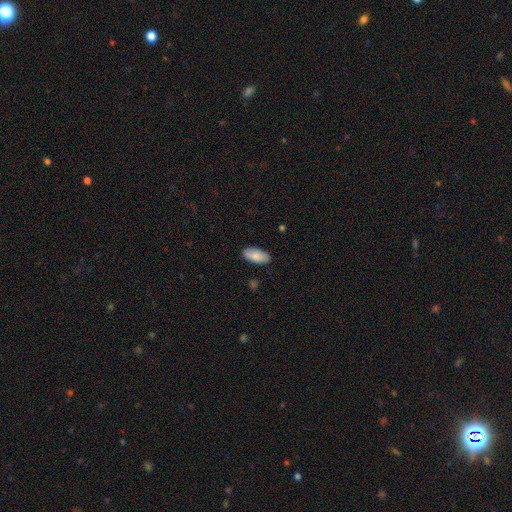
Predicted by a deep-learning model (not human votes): This is clearly a smooth galaxy (86%). How rounded: clearly in between (92%). Merging: clearly none (87%).